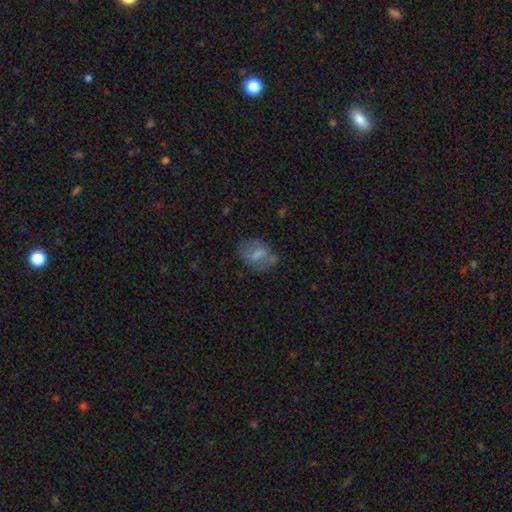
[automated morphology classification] smooth 54%, featured or disk 36%, star or artifact 11%. Down the decision tree: how rounded — in between (77%); merging — none (59%).